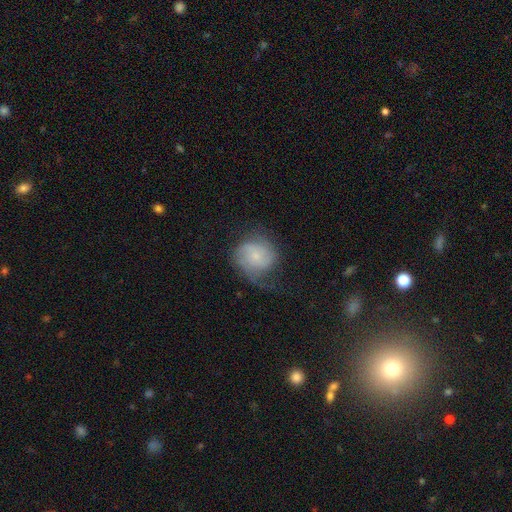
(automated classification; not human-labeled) A featured or disk galaxy (51%).

Vote fractions:
- Smooth or featured? featured or disk: 51% / smooth: 41% / star or artifact: 8%
- Edge-on disk? no: 97% / yes: 3%
- Merging? none: 44% / minor disturbance: 28% / major disturbance: 26% / merger: 2%